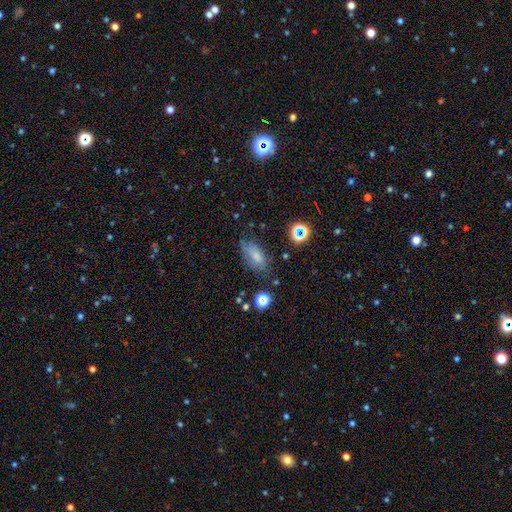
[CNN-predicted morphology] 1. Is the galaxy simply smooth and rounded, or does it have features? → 73% smooth, 14% star or artifact, 14% featured or disk.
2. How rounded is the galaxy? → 85% in between, 9% cigar-shaped, 6% round.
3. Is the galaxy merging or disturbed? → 62% none, 26% minor disturbance, 9% major disturbance, 4% merger.